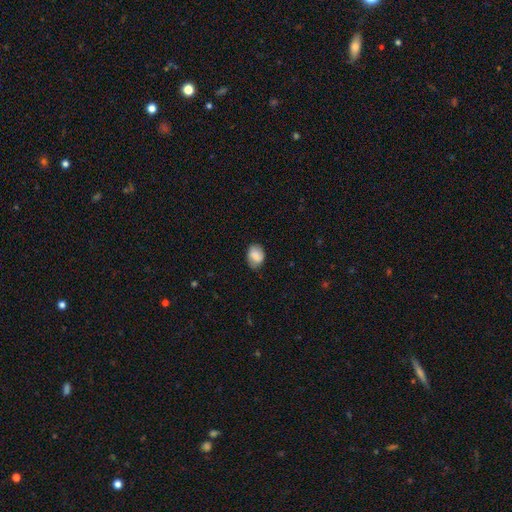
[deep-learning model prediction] Smooth or featured?
  - smooth: 78% *
  - featured or disk: 14%
  - star or artifact: 8%
How rounded?
  - in between: 65% *
  - round: 34%
  - cigar-shaped: 1%
Merging?
  - none: 69% *
  - minor disturbance: 24%
  - major disturbance: 5%
  - merger: 1%